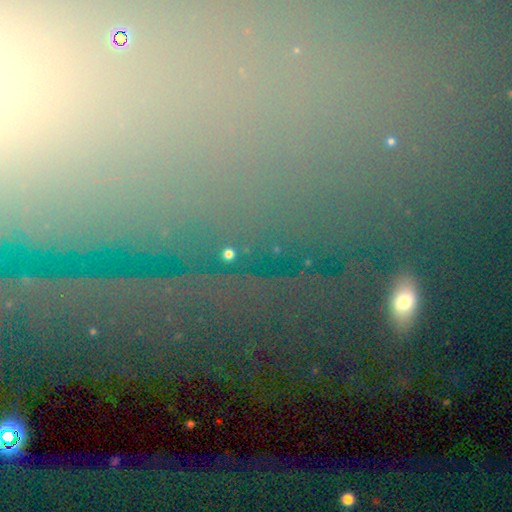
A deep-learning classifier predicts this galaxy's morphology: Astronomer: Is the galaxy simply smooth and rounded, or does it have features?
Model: star or artifact — 66%.